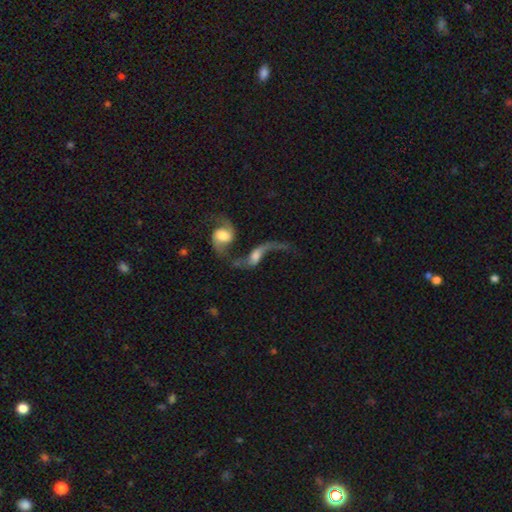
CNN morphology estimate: Smooth or featured: featured or disk — 77% (smooth — 16%)
Edge-on disk: no — 92% (yes — 8%)
Bar: no — 44% (weak — 39%)
Spiral arms: yes — 88% (no — 12%)
Spiral winding: loose — 91% (medium — 7%)
Spiral arm count: 2 — 80% (1 — 15%)
Bulge size: moderate — 43% (small — 21%)
Merging: merger — 52% (none — 22%)